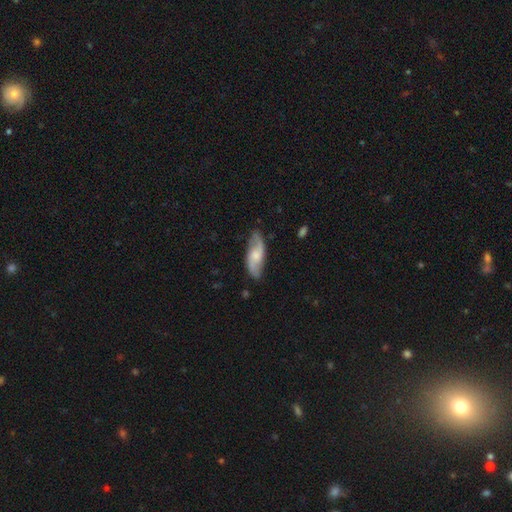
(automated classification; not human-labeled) featured or disk 67%, smooth 28%, star or artifact 6%. Down the decision tree: edge-on disk — no (89%); bar — no (55%); spiral arms — yes (93%); spiral arm count — 2 (89%); spiral winding — loose (54%); bulge size — moderate (42%); merging — none (78%).